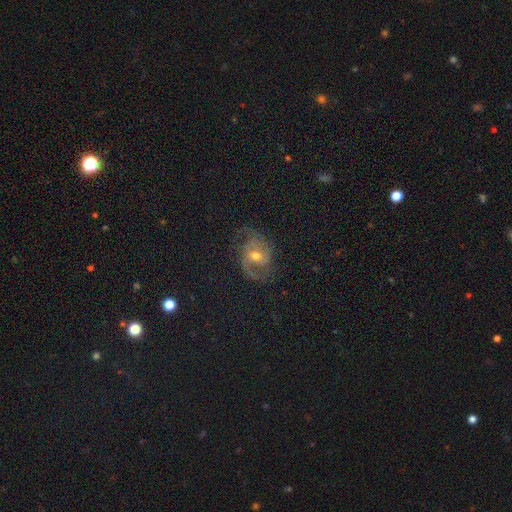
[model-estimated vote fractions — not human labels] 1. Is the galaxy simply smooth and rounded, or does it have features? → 82% featured or disk, 10% star or artifact, 8% smooth.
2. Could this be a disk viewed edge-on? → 98% no, 2% yes.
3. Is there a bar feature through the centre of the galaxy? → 53% no, 36% weak, 11% strong.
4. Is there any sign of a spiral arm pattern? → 97% yes, 3% no.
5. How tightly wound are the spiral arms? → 53% medium, 25% loose, 22% tight.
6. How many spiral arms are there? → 83% 2, 6% 3, 5% can't tell, 3% 1, 2% 4, 2% more than 4.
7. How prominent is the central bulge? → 59% moderate, 37% small, 2% large, 1% none, 1% dominant.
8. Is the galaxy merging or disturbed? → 72% none, 17% minor disturbance, 9% major disturbance, 1% merger.